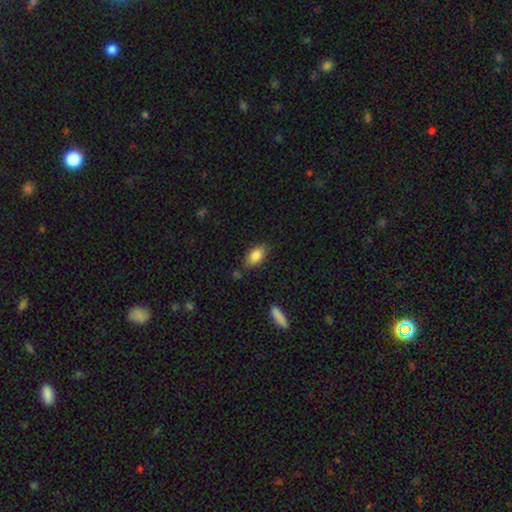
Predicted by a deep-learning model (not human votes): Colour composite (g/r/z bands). It shows a smooth galaxy with no disk features (84%) that is in between round and cigar-shaped (89%). Merging: none (79%).